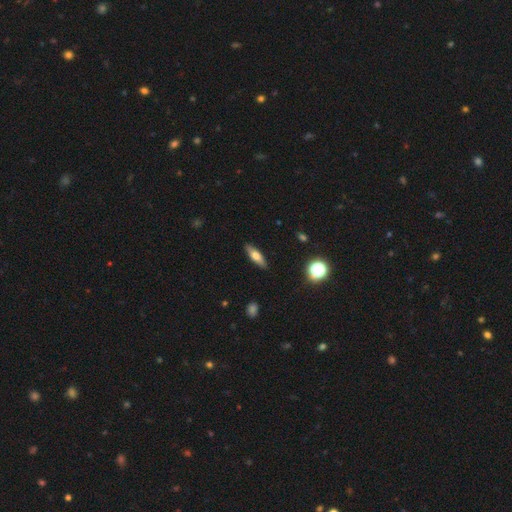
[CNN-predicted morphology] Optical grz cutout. It shows a smooth galaxy with no disk features (62%) that is cigar-shaped (53%). Merging: none (88%).